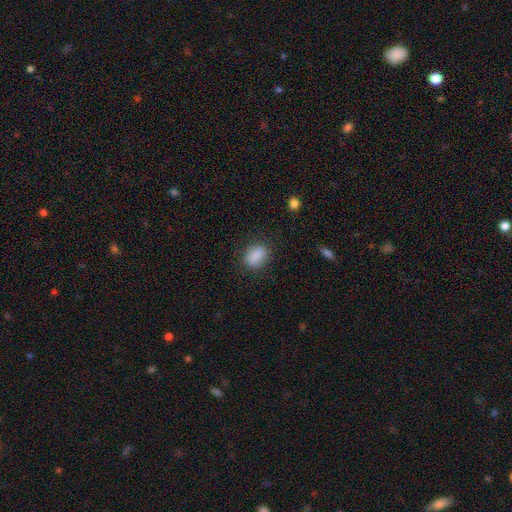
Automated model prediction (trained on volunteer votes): Smooth or featured?
  - smooth: 85% *
  - star or artifact: 9%
  - featured or disk: 6%
How rounded?
  - in between: 73% *
  - round: 23%
  - cigar-shaped: 4%
Merging?
  - none: 81% *
  - minor disturbance: 13%
  - major disturbance: 4%
  - merger: 2%